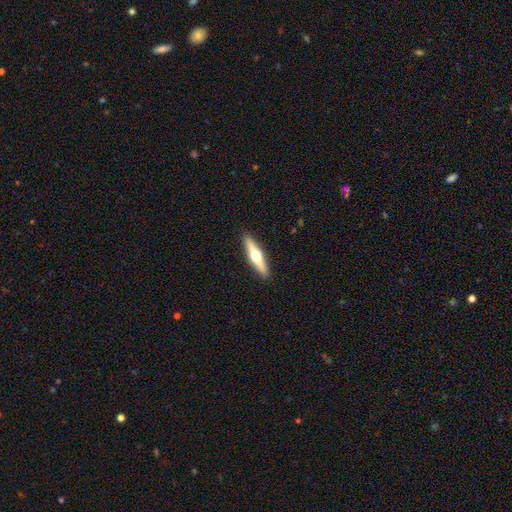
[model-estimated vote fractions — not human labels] Smooth or featured: featured or disk — 63% (smooth — 31%)
Edge-on disk: yes — 96% (no — 4%)
Edge-on bulge: rounded — 96% (none — 2%)
Merging: none — 92% (minor disturbance — 6%)